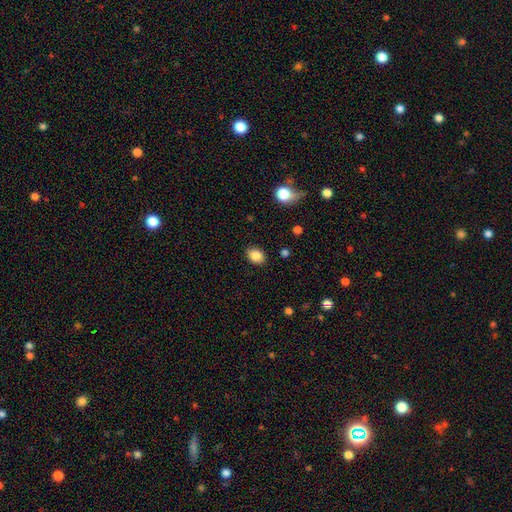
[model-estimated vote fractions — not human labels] The model was most divided on "how rounded": in between: 66%, round: 33%, cigar-shaped: 1%. More confident: merging — none (88%); smooth or featured — smooth (85%).